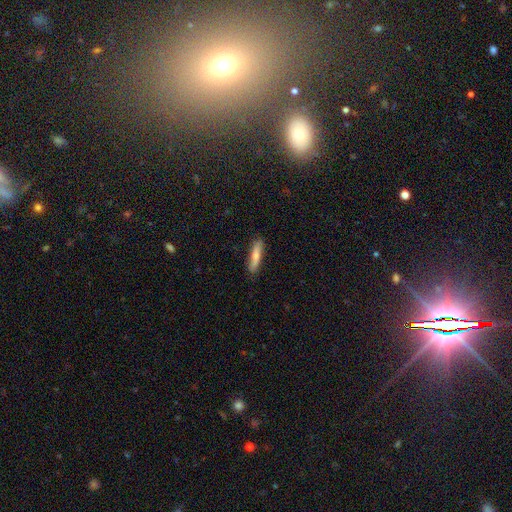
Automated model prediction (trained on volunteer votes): Smooth or featured? Predicted: smooth (p=0.69). How rounded? Predicted: cigar-shaped (p=0.80). Merging? Predicted: none (p=0.84).